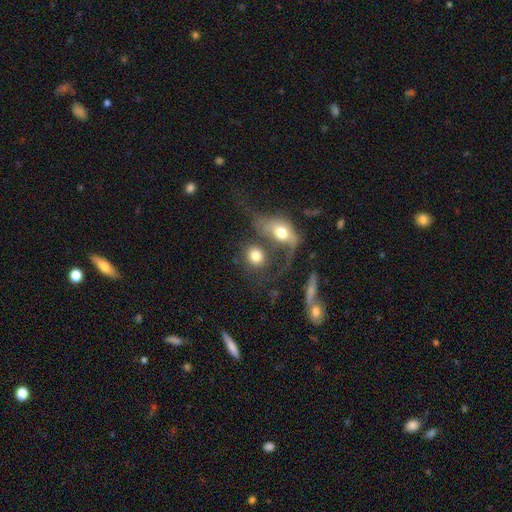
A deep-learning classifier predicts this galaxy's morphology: smooth 71%, featured or disk 20%, star or artifact 9%. Down the decision tree: how rounded — round (66%); merging — merger (48%).